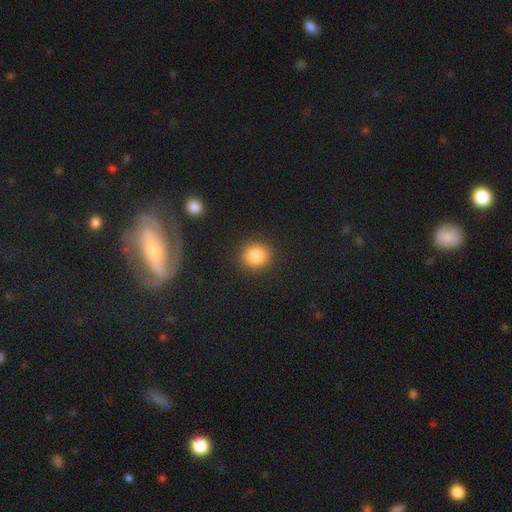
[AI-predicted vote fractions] smooth_or_featured: smooth (p=0.85) [alt: star or artifact p=0.10]
how_rounded: round (p=0.87) [alt: in between p=0.12]
merging: none (p=0.90) [alt: minor disturbance p=0.06]